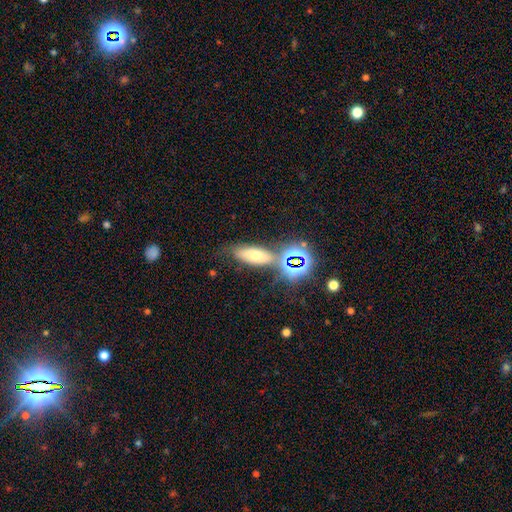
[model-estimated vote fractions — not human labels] Overall: smooth (57%; star or artifact 23%). How rounded: in between (66%; cigar-shaped 27%). Merging: none (61%).